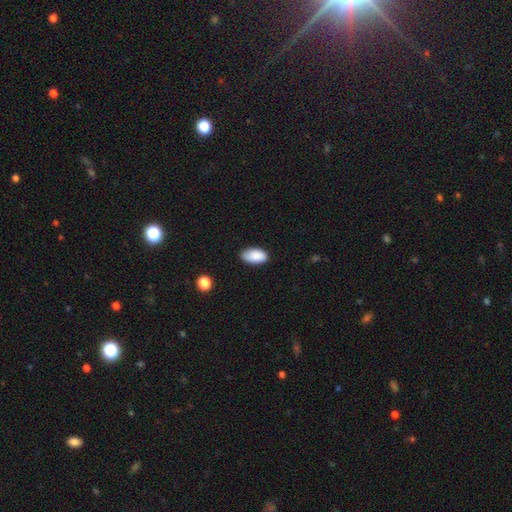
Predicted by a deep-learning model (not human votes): Smooth or featured?
  - smooth: 88% *
  - star or artifact: 7%
  - featured or disk: 5%
How rounded?
  - in between: 95% *
  - round: 3%
  - cigar-shaped: 2%
Merging?
  - none: 80% *
  - minor disturbance: 16%
  - major disturbance: 3%
  - merger: 1%